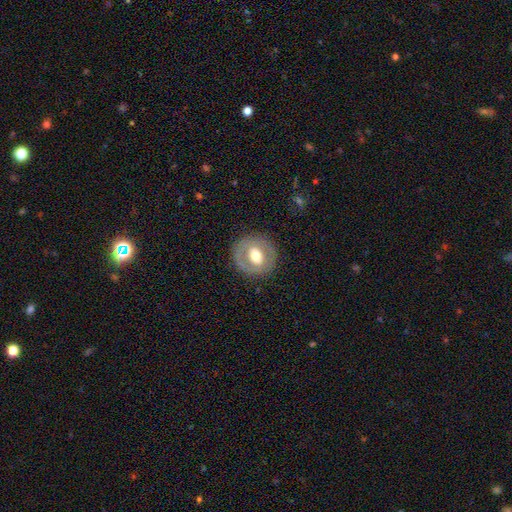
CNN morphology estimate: This appears to be a featured or disk galaxy (47%). Merging: none (83%).